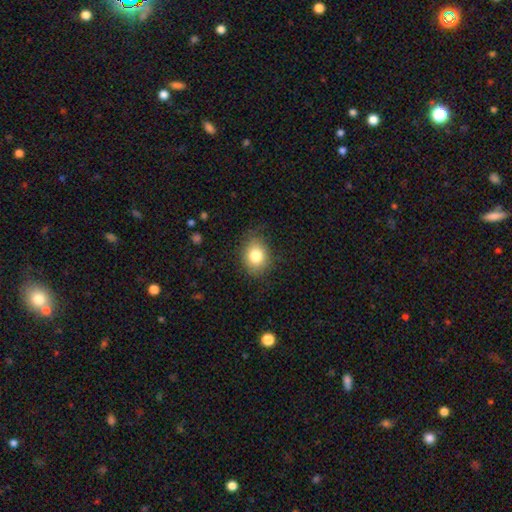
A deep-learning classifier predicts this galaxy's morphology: smooth_or_featured: smooth (p=0.80) [alt: featured or disk p=0.10]
how_rounded: in between (p=0.51) [alt: round p=0.48]
merging: none (p=0.79) [alt: minor disturbance p=0.16]